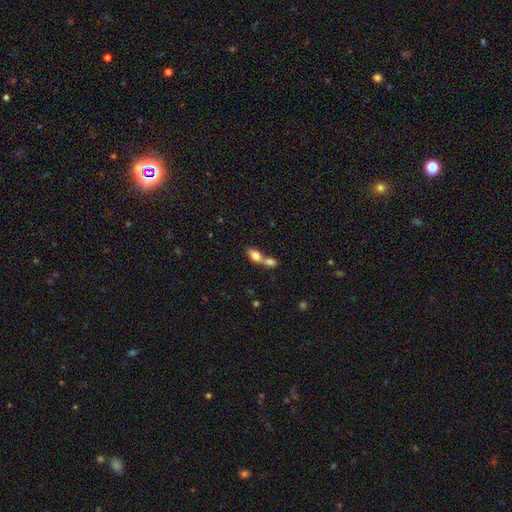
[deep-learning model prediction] This is likely a smooth galaxy (78%). How rounded: clearly in between (83%). Merging: likely merger (71%).